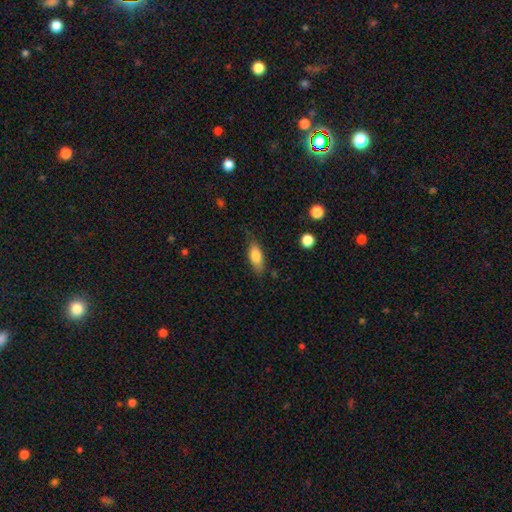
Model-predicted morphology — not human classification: Overall: smooth (81%). How rounded: in between (75%). Merging: none (77%).